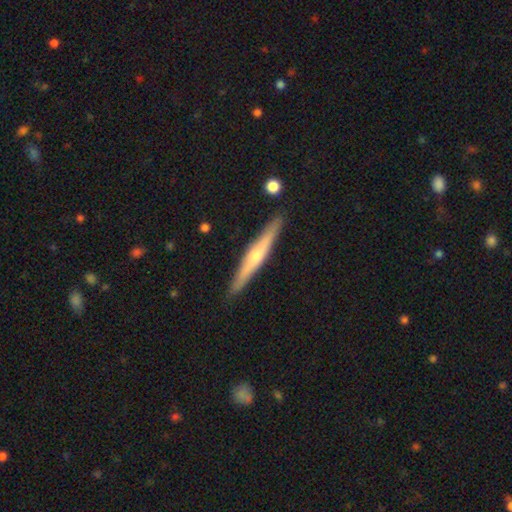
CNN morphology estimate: A featured or disk galaxy (64%) viewed edge-on (97%) with a rounded central bulge (81%). Merging: none (90%).